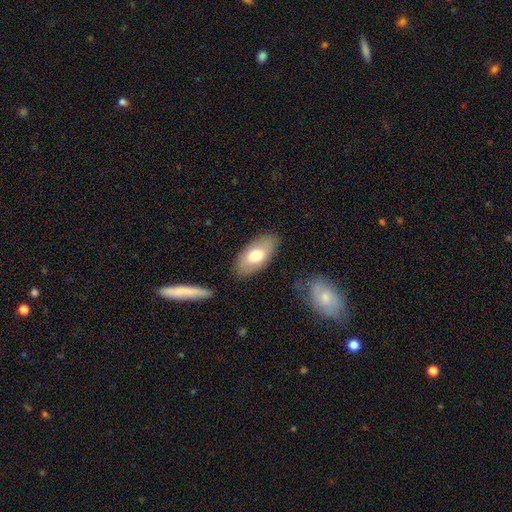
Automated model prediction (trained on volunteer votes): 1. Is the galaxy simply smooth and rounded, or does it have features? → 71% smooth, 23% featured or disk, 6% star or artifact.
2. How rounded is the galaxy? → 92% in between, 5% cigar-shaped, 3% round.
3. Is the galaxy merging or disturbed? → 82% none, 12% minor disturbance, 3% major disturbance, 3% merger.